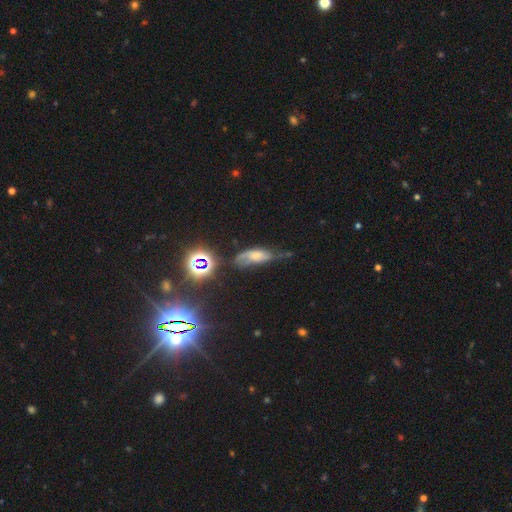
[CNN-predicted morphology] smooth_or_featured: smooth (p=0.46) [alt: featured or disk p=0.35]
merging: minor disturbance (p=0.35) [alt: none p=0.30]